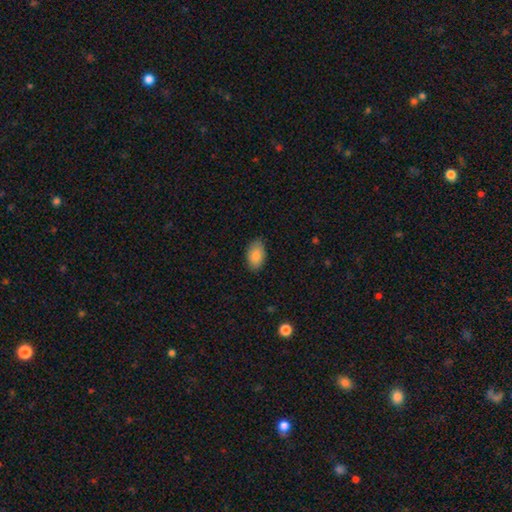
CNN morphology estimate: Smooth or featured?
  - smooth: 84% *
  - featured or disk: 9%
  - star or artifact: 7%
How rounded?
  - in between: 92% *
  - round: 6%
  - cigar-shaped: 1%
Merging?
  - none: 83% *
  - minor disturbance: 14%
  - major disturbance: 2%
  - merger: 1%